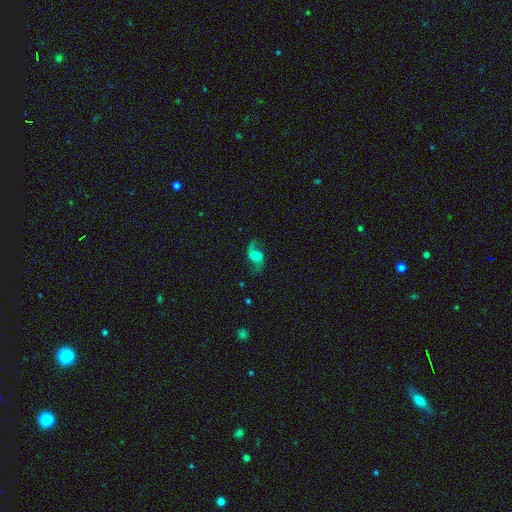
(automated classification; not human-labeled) Q: Smooth or featured?
A: featured or disk (77%); runner-up: smooth (14%)
Q: Edge-on disk?
A: no (97%); runner-up: yes (3%)
Q: Bar?
A: no (46%); runner-up: weak (42%)
Q: Spiral arms?
A: yes (94%); runner-up: no (6%)
Q: Spiral winding?
A: loose (80%); runner-up: medium (17%)
Q: Spiral arm count?
A: 2 (89%); runner-up: 1 (6%)
Q: Bulge size?
A: none (41%); runner-up: large (22%)
Q: Merging?
A: none (70%); runner-up: minor disturbance (15%)